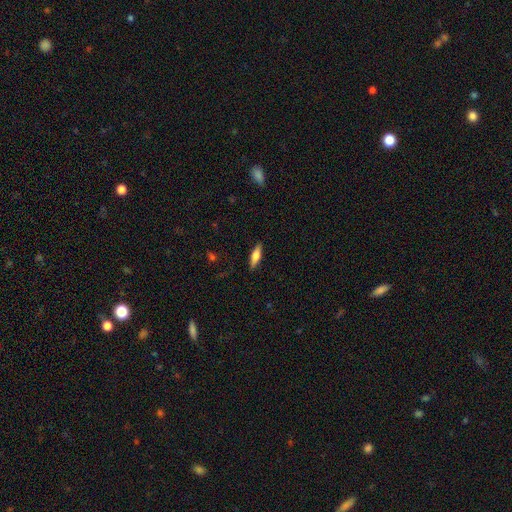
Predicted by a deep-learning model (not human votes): Morphology: type=smooth (60%); roundness=cigar-shaped (53%); merging=none (88%).